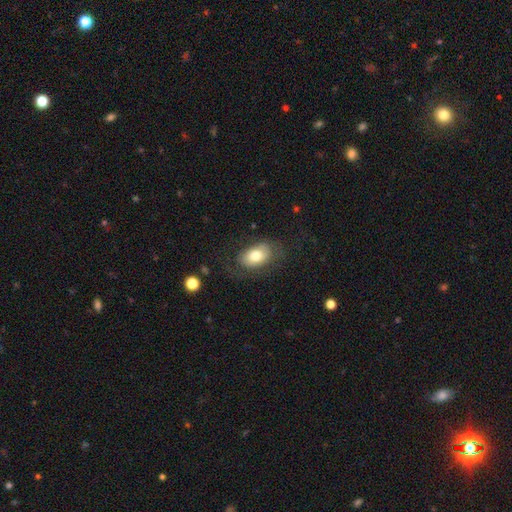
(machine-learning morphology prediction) smooth-or-featured: smooth: 73% | featured or disk: 20% | star or artifact: 7%
  how-rounded: in between: 89% | round: 10% | cigar-shaped: 1%
  merging: none: 65% | minor disturbance: 20% | major disturbance: 13% | merger: 2%